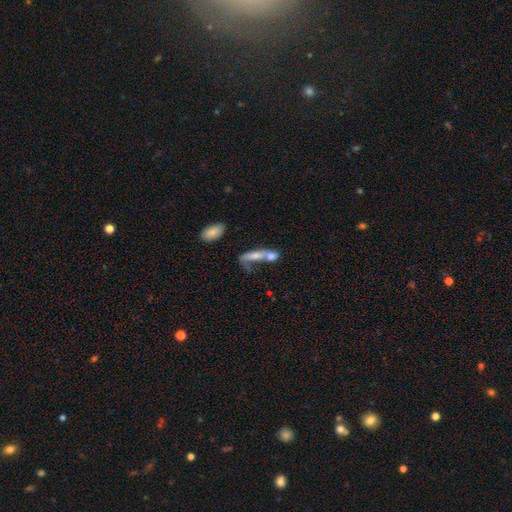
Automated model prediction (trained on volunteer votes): Overall: smooth (51%; featured or disk 38%). How rounded: cigar-shaped (61%; in between 34%). Merging: merger (47%; none 27%).